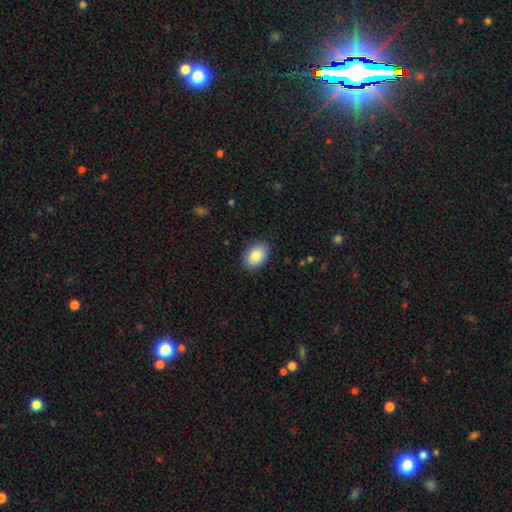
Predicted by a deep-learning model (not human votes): smooth 85%, featured or disk 8%, star or artifact 7%. Down the decision tree: how rounded — in between (81%); merging — none (88%).